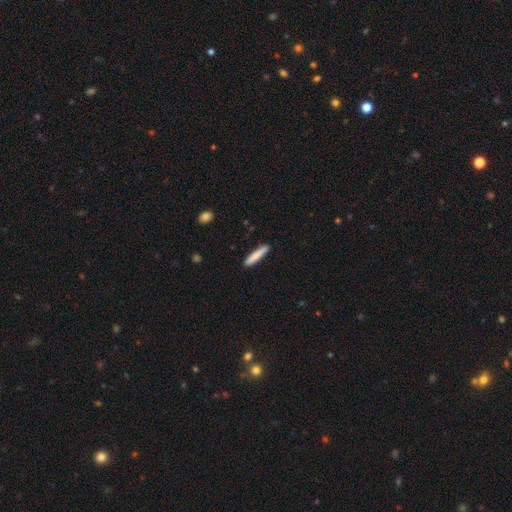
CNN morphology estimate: Q: Smooth or featured?
A: smooth (81%); runner-up: featured or disk (13%)
Q: How rounded?
A: cigar-shaped (92%); runner-up: in between (6%)
Q: Merging?
A: none (89%); runner-up: minor disturbance (9%)